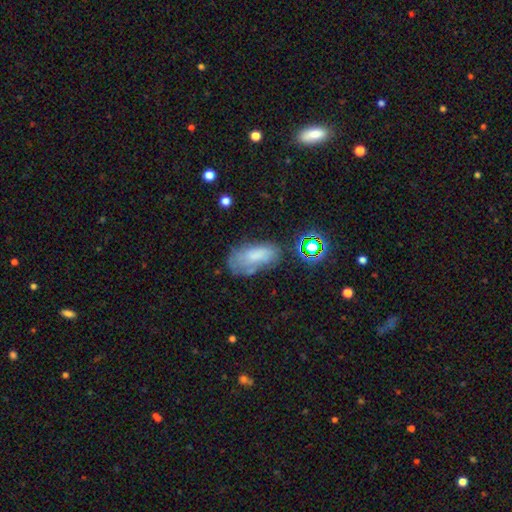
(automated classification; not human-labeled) smooth_or_featured: smooth (p=0.59) [alt: featured or disk p=0.26]
how_rounded: in between (p=0.89) [alt: cigar-shaped p=0.06]
merging: none (p=0.51) [alt: minor disturbance p=0.27]